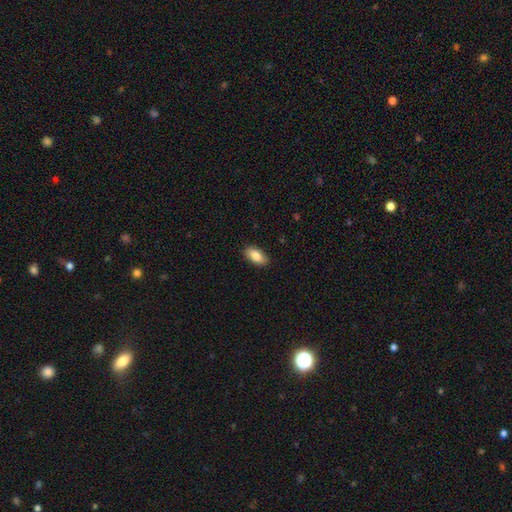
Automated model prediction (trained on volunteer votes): smooth-or-featured: smooth: 85% | featured or disk: 8% | star or artifact: 7%
  how-rounded: in between: 92% | cigar-shaped: 5% | round: 3%
  merging: none: 89% | minor disturbance: 8% | major disturbance: 2% | merger: 1%